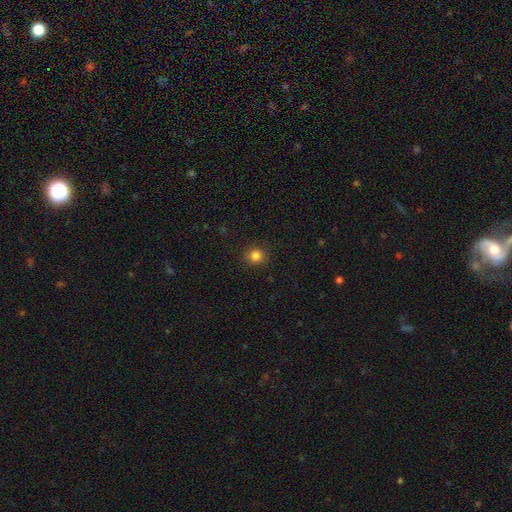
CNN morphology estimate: The model was most divided on "smooth or featured": smooth: 84%, star or artifact: 12%, featured or disk: 4%. More confident: how rounded — round (91%); merging — none (90%).